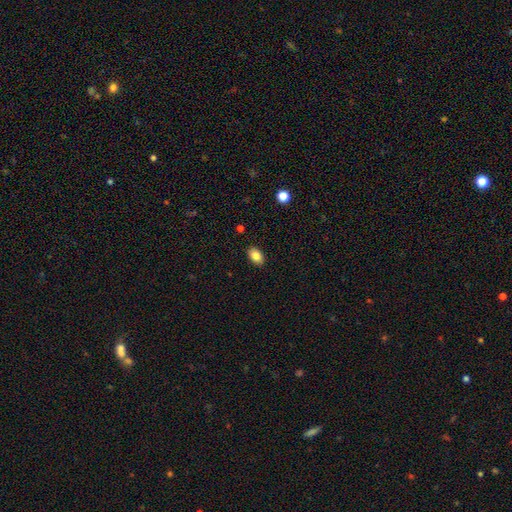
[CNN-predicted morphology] smooth 85%, star or artifact 8%, featured or disk 6%. Down the decision tree: how rounded — in between (87%); merging — none (89%).